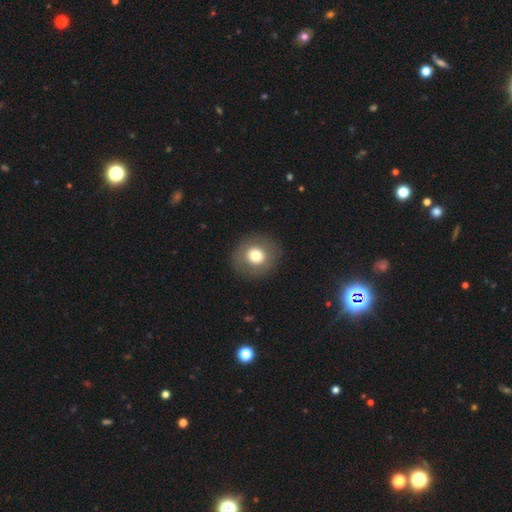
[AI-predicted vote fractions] The model was most divided on "smooth or featured": smooth: 72%, featured or disk: 18%, star or artifact: 9%. More confident: how rounded — round (89%); merging — none (89%).